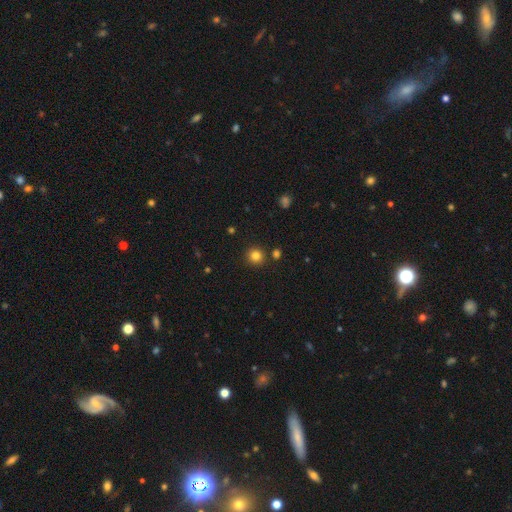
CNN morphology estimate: type=smooth (82%); roundness=round (94%); merging=none (88%).